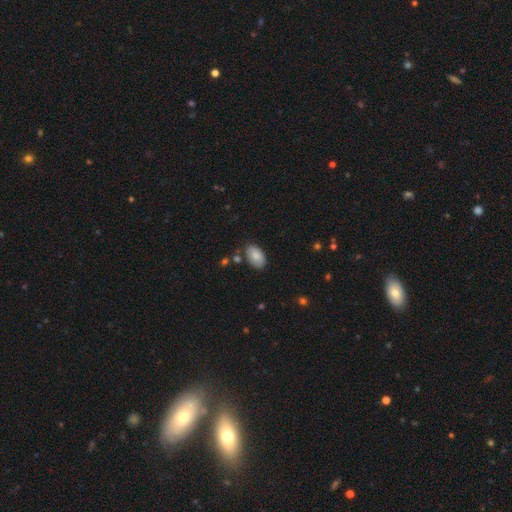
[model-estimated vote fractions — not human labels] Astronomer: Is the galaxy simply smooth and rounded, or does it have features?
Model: smooth — 83%.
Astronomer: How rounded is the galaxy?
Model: in between — 93%.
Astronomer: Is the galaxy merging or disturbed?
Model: none — 78%.